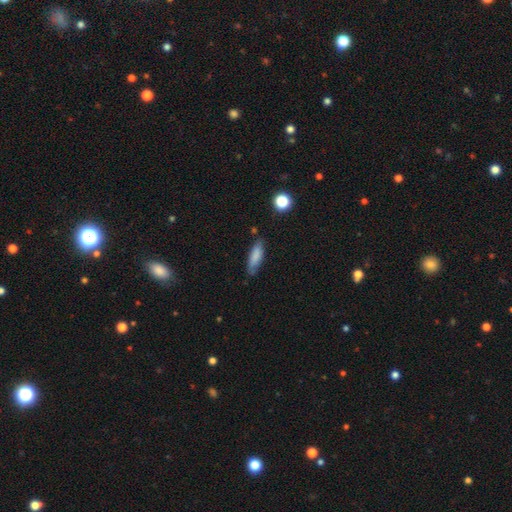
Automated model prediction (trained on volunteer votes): A smooth galaxy with no disk features (81%) that is cigar-shaped (53%).

Vote fractions:
- Smooth or featured? smooth: 81% / featured or disk: 12% / star or artifact: 7%
- How rounded? cigar-shaped: 53% / in between: 45% / round: 2%
- Merging? none: 70% / minor disturbance: 23% / major disturbance: 4% / merger: 3%